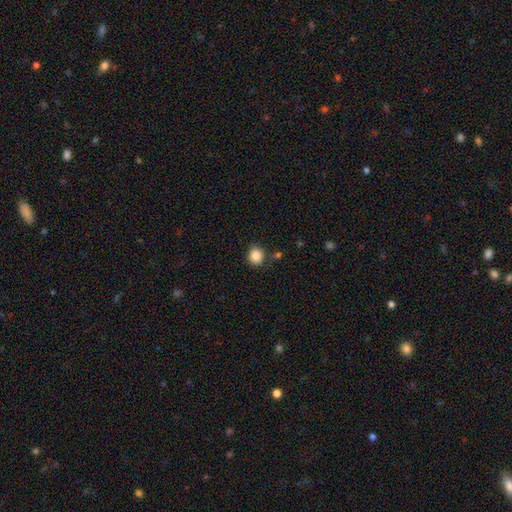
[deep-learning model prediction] smooth_or_featured: smooth (p=0.86) [alt: star or artifact p=0.10]
how_rounded: round (p=0.78) [alt: in between p=0.21]
merging: none (p=0.81) [alt: minor disturbance p=0.11]